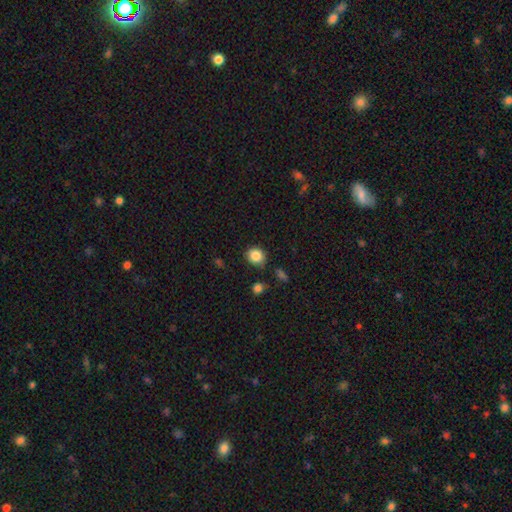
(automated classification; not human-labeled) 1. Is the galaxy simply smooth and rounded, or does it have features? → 86% smooth, 10% star or artifact, 5% featured or disk.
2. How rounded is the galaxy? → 79% round, 20% in between, 1% cigar-shaped.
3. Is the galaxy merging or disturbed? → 80% none, 13% minor disturbance, 3% merger, 3% major disturbance.